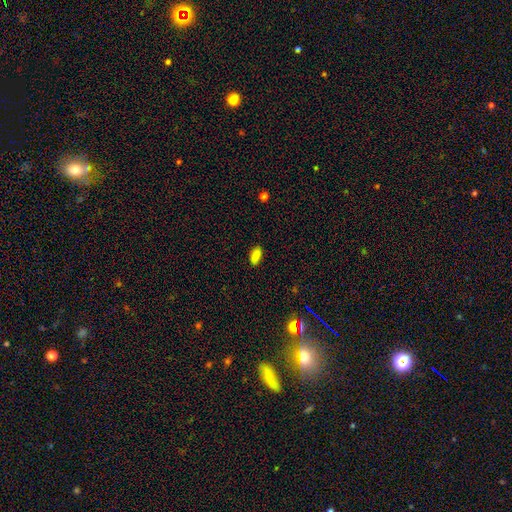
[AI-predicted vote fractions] smooth-or-featured: smooth: 85% | star or artifact: 10% | featured or disk: 4%
  how-rounded: in between: 88% | cigar-shaped: 9% | round: 3%
  merging: none: 85% | minor disturbance: 11% | major disturbance: 2% | merger: 1%